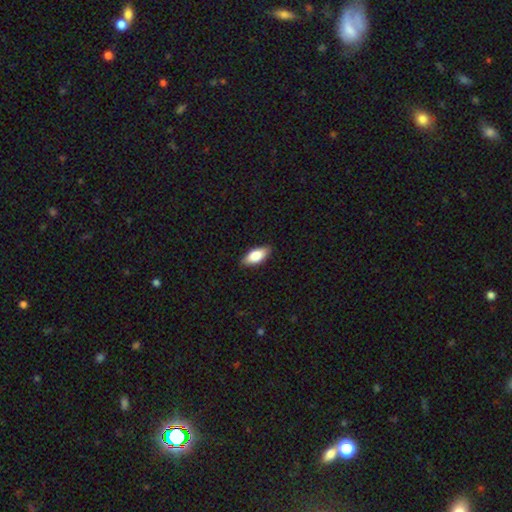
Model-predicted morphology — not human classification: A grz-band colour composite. It shows a smooth galaxy with no disk features (81%) that is in between round and cigar-shaped (86%). Merging: none (88%).